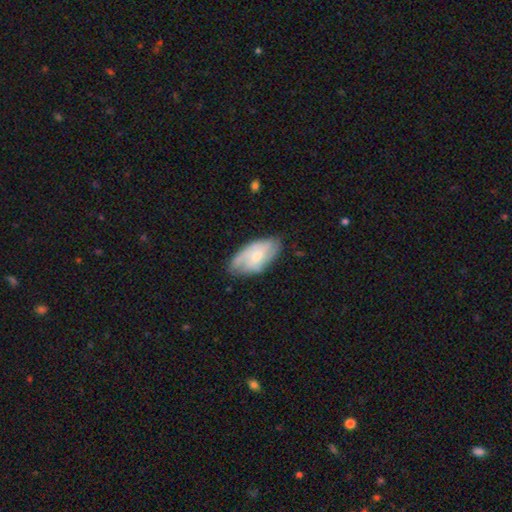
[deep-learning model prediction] Smooth or featured? Predicted: featured or disk (p=0.70). Edge-on disk? Predicted: no (p=0.95). Bar? Predicted: no (p=0.57). Spiral arms? Predicted: yes (p=0.91). Spiral winding? Predicted: medium (p=0.44). Spiral arm count? Predicted: 3 (p=0.30, tied with 2). Bulge size? Predicted: small (p=0.49). Merging? Predicted: none (p=0.71).